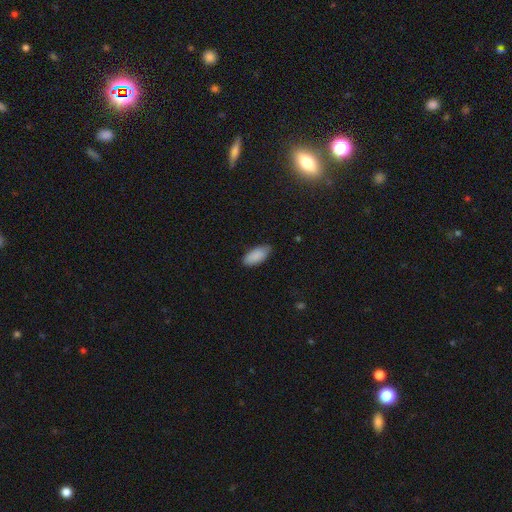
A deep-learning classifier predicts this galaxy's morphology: Smooth or featured? smooth (89%)
How rounded? in between (90%)
Merging? none (79%)